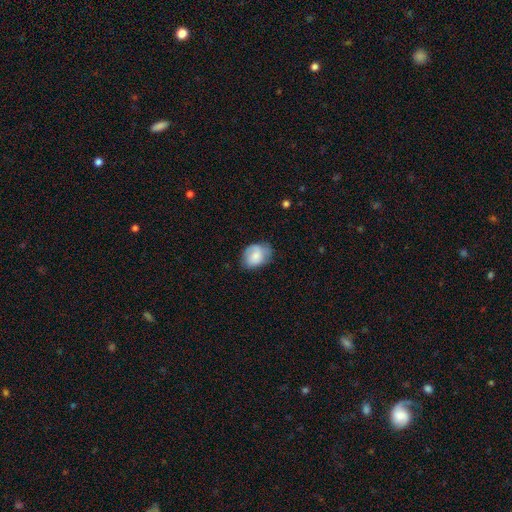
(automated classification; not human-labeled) Smooth or featured? Predicted: smooth (p=0.74). How rounded? Predicted: in between (p=0.66). Merging? Predicted: none (p=0.60).